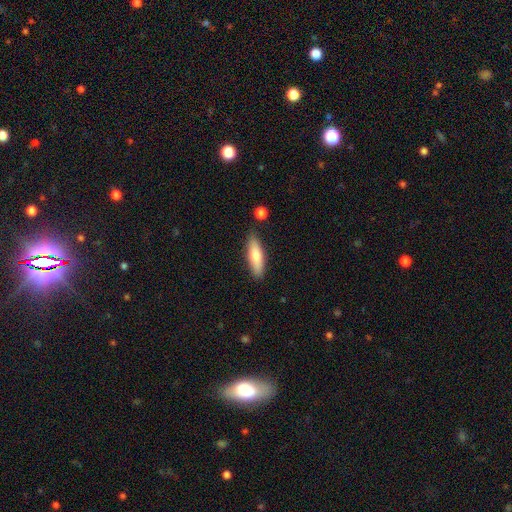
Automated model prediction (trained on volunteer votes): Smooth or featured: smooth — 70% (featured or disk — 24%)
How rounded: cigar-shaped — 57% (in between — 41%)
Merging: none — 84% (minor disturbance — 11%)